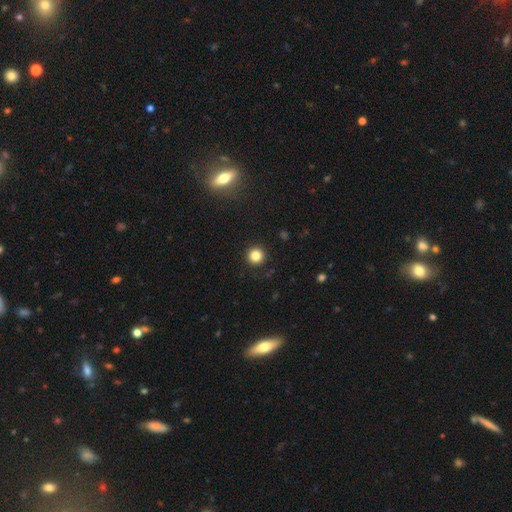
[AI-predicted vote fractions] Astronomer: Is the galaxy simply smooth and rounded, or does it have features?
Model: smooth — 83%.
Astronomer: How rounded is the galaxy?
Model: round — 95%.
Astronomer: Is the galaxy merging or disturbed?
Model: none — 92%.